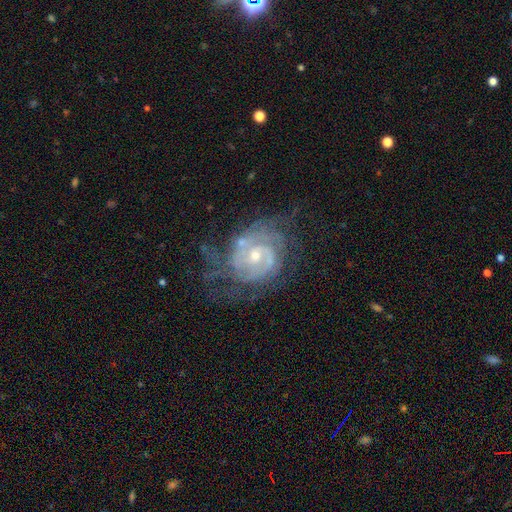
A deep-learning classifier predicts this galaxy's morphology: This is clearly a featured or disk galaxy (87%). It is clearly not viewed edge-on (97%). Bar: likely no (61%). Spiral arm pattern: clearly yes (94%). Spiral arm count: marginally 2 (42%). Spiral winding: likely tight (63%). Central bulge: possibly small (52%). Merging: possibly none (55%).